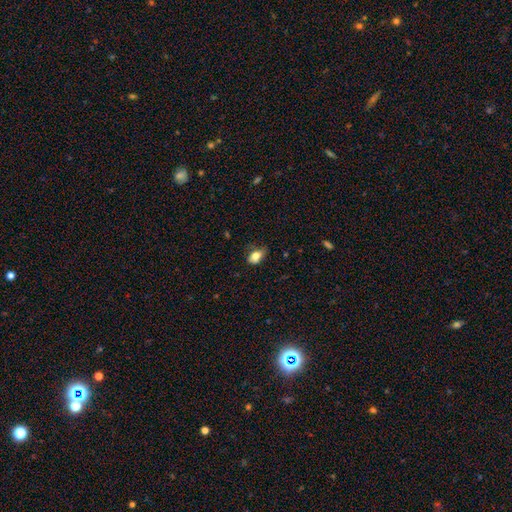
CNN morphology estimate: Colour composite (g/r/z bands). It shows a smooth galaxy with no disk features (76%) that is in between round and cigar-shaped (83%). Merging: none (46%).